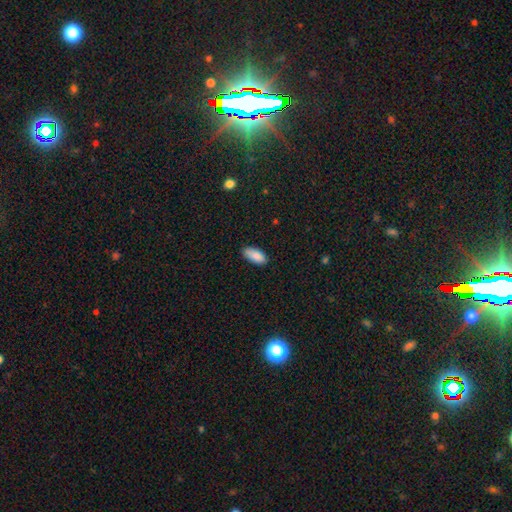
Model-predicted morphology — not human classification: smooth 89%, star or artifact 6%, featured or disk 5%. Down the decision tree: how rounded — in between (89%); merging — none (81%).